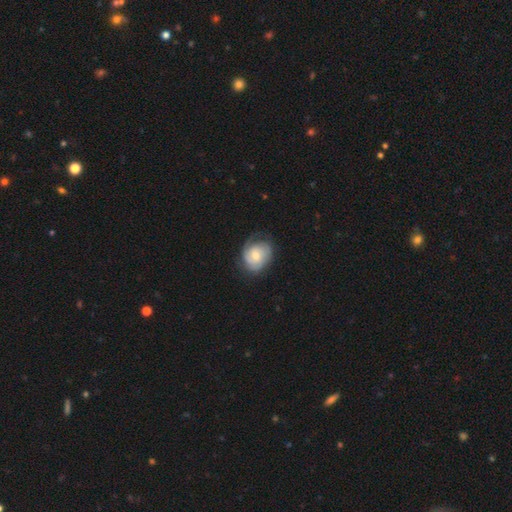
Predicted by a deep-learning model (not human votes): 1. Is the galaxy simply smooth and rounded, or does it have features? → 60% featured or disk, 34% smooth, 6% star or artifact.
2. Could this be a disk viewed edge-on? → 97% no, 3% yes.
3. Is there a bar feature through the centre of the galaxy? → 75% no, 22% weak, 4% strong.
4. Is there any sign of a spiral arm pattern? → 85% yes, 15% no.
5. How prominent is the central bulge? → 59% moderate, 34% small, 4% large, 1% none, 1% dominant.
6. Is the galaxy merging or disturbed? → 60% none, 26% minor disturbance, 13% major disturbance, 1% merger.